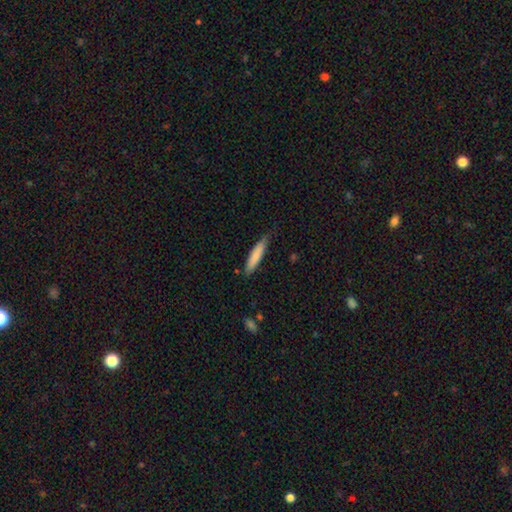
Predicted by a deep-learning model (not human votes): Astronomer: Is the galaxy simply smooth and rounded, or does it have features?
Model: smooth — 80%.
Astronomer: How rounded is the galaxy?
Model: cigar-shaped — 85%.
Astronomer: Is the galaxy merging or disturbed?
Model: none — 76%.